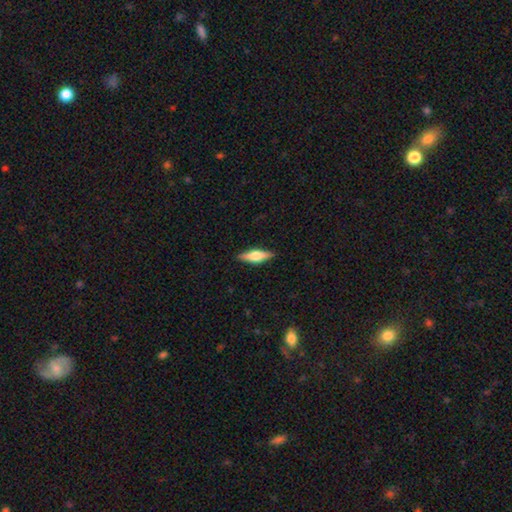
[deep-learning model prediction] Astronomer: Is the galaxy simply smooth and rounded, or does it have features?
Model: featured or disk — 48% (runner-up: smooth, 46%).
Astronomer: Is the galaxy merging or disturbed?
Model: none — 89%.